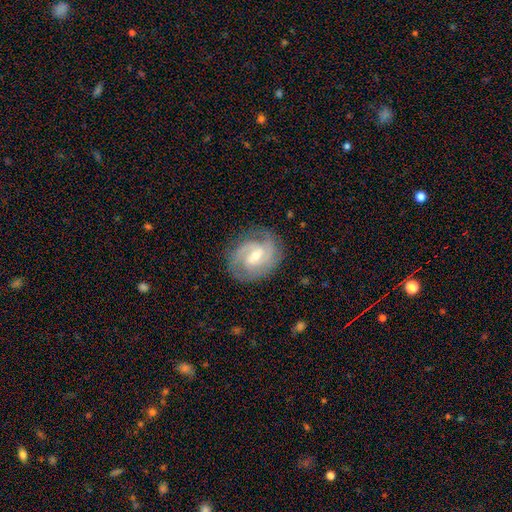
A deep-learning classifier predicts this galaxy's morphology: A featured or disk galaxy (83%) with a weak bar (57%), 2 (51%) tight (46%) spiral arms (95%) and a small central bulge (49%).

Vote fractions:
- Smooth or featured? featured or disk: 83% / smooth: 12% / star or artifact: 5%
- Edge-on disk? no: 97% / yes: 3%
- Bar? weak: 57% / strong: 22% / no: 21%
- Spiral arms? yes: 95% / no: 5%
- Spiral winding? tight: 46% / medium: 42% / loose: 12%
- Spiral arm count? 2: 51% / 3: 19% / can't tell: 18% / 1: 5% / 4: 4% / more than 4: 3%
- Bulge size? small: 49% / moderate: 47% / large: 2% / none: 1% / dominant: 1%
- Merging? none: 76% / minor disturbance: 16% / major disturbance: 6% / merger: 1%